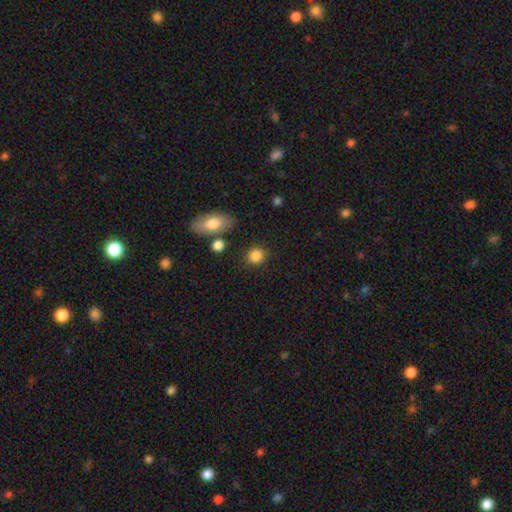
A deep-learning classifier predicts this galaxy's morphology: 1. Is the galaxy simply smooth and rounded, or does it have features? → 86% smooth, 9% star or artifact, 5% featured or disk.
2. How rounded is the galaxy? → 78% round, 20% in between, 1% cigar-shaped.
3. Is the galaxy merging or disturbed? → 84% none, 9% minor disturbance, 4% merger, 3% major disturbance.